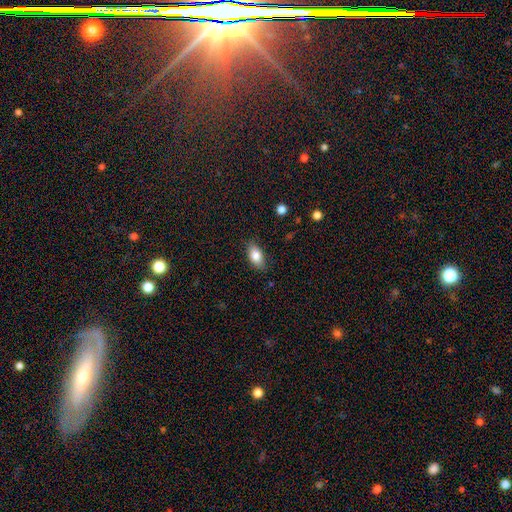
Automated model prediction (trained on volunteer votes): Smooth or featured? smooth (82%)
How rounded? in between (90%)
Merging? none (83%)